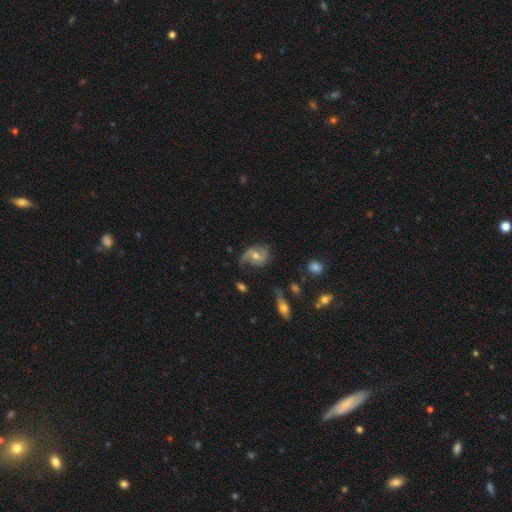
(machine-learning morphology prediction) This is clearly a featured or disk galaxy (81%). It is clearly not viewed edge-on (97%). Bar: possibly no (57%). Spiral arm pattern: clearly yes (94%). Spiral arm count: clearly 2 (81%). Spiral winding: marginally loose (42%). Central bulge: likely moderate (66%). Merging: likely none (61%).